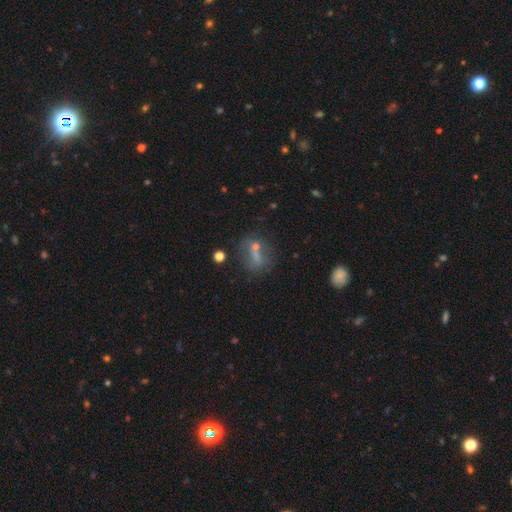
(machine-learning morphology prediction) Smooth or featured?
  - smooth: 51% *
  - featured or disk: 29%
  - star or artifact: 20%
How rounded?
  - round: 49% *
  - in between: 41%
  - cigar-shaped: 11%
Merging?
  - none: 54% *
  - minor disturbance: 18%
  - major disturbance: 14%
  - merger: 14%